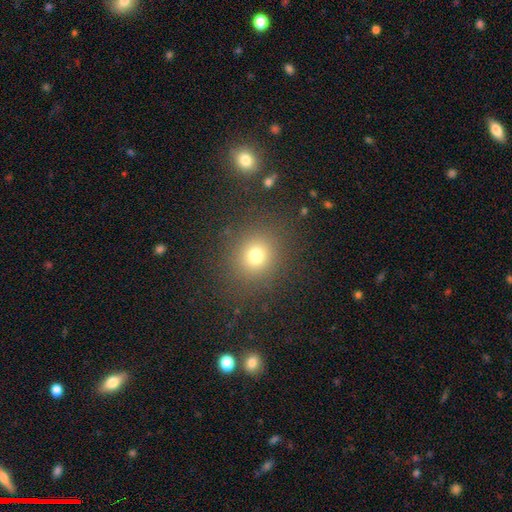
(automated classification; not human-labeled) This is likely a smooth galaxy (73%). How rounded: clearly round (83%). Merging: clearly none (86%).